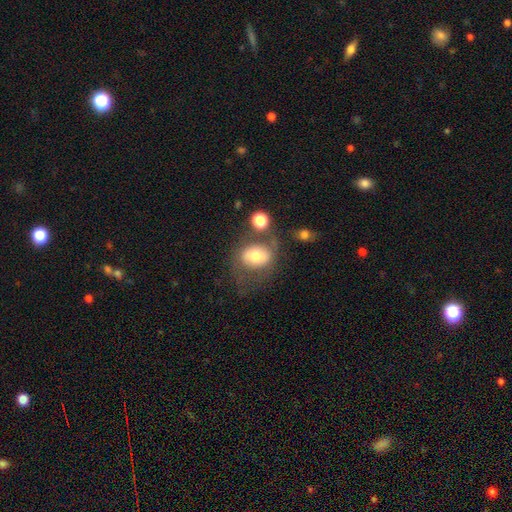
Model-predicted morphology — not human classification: This appears to be a smooth galaxy with no disk features (61%) that is in between round and cigar-shaped (60%). Merging: none (47%).